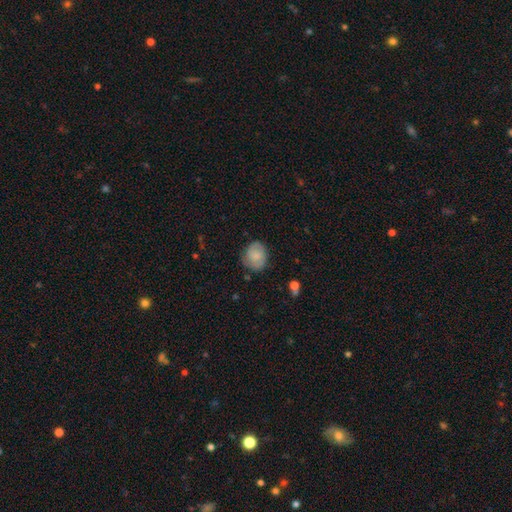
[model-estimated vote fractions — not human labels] Smooth or featured? Predicted: smooth (p=0.65). How rounded? Predicted: round (p=0.64). Merging? Predicted: none (p=0.72).